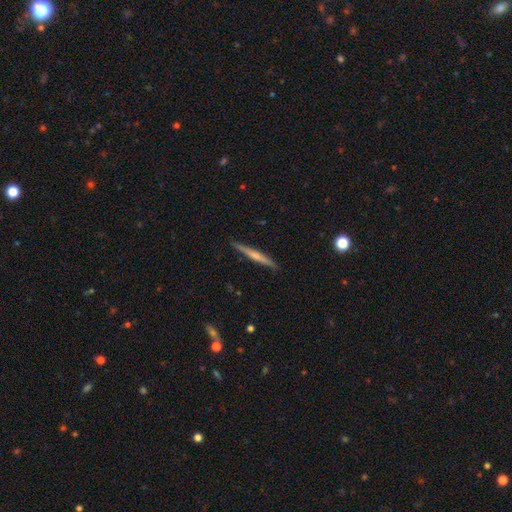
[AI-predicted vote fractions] A featured or disk galaxy (54%) viewed edge-on (97%) with a rounded central bulge (49%).

Vote fractions:
- Smooth or featured? featured or disk: 54% / smooth: 40% / star or artifact: 6%
- Edge-on disk? yes: 97% / no: 3%
- Edge-on bulge? rounded: 49% / none: 39% / boxy: 12%
- Merging? none: 90% / minor disturbance: 7% / major disturbance: 1% / merger: 1%